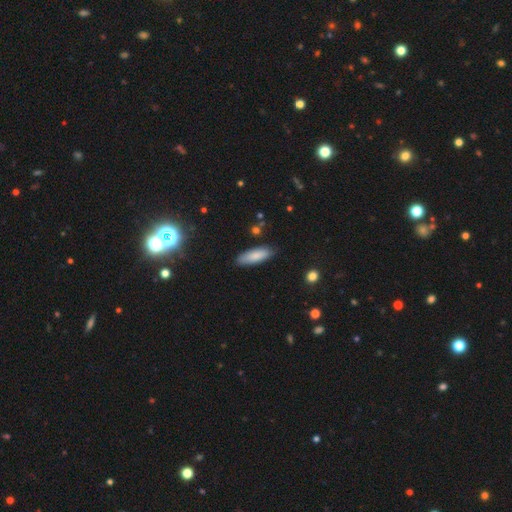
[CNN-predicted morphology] Smooth or featured: smooth — 84% (featured or disk — 10%)
How rounded: in between — 58% (cigar-shaped — 40%)
Merging: none — 85% (minor disturbance — 12%)